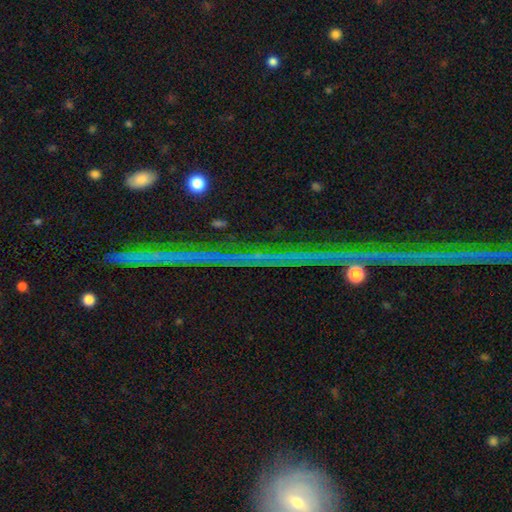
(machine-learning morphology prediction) Smooth or featured? star or artifact (78%)